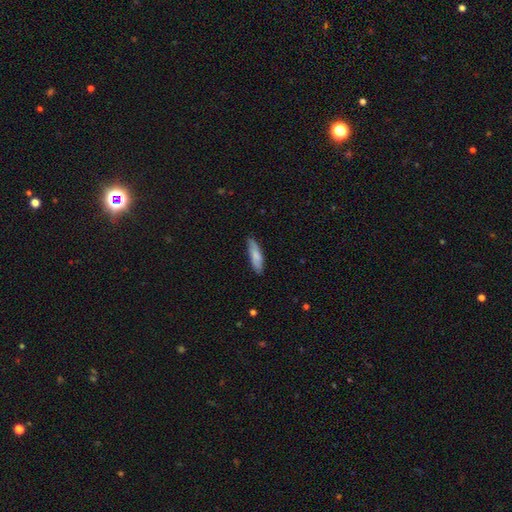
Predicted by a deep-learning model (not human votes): Morphology: type=smooth (77%); roundness=cigar-shaped (68%); merging=none (83%).